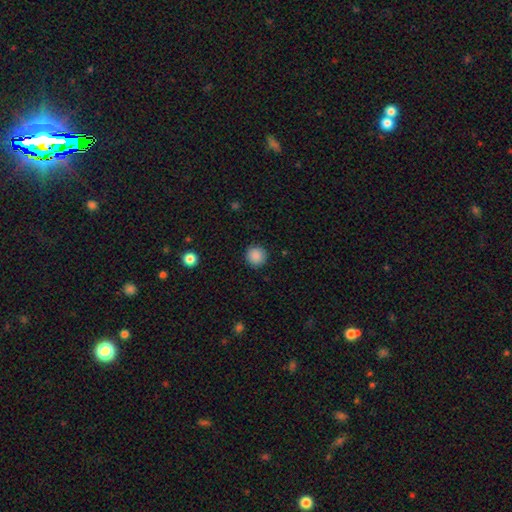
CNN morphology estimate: A smooth galaxy with no disk features (88%) that is round (94%).

Vote fractions:
- Smooth or featured? smooth: 88% / star or artifact: 9% / featured or disk: 3%
- How rounded? round: 94% / in between: 5% / cigar-shaped: 1%
- Merging? none: 91% / minor disturbance: 6% / major disturbance: 2% / merger: 1%